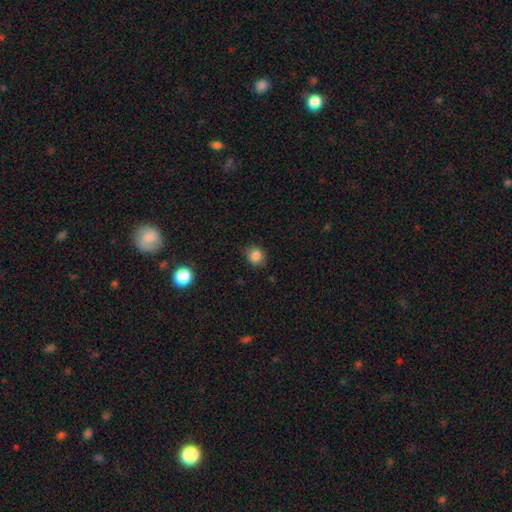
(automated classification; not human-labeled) This appears to be a smooth galaxy with no disk features (84%) that is round (72%). Merging: none (80%).